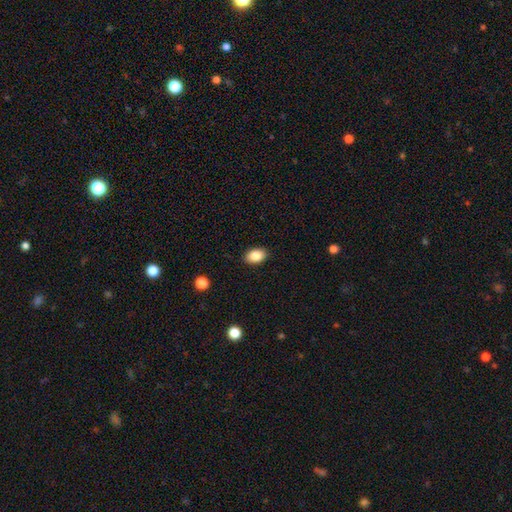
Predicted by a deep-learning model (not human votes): Q: Smooth or featured?
A: smooth (86%); runner-up: star or artifact (8%)
Q: How rounded?
A: in between (86%); runner-up: round (13%)
Q: Merging?
A: none (89%); runner-up: minor disturbance (8%)